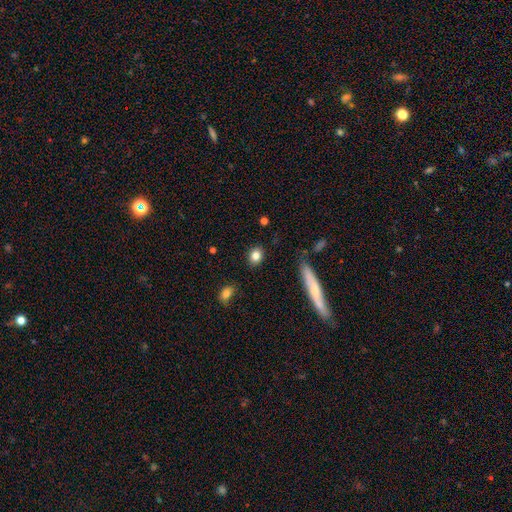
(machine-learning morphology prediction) smooth 82%, star or artifact 9%, featured or disk 9%. Down the decision tree: how rounded — round (59%); merging — none (88%).